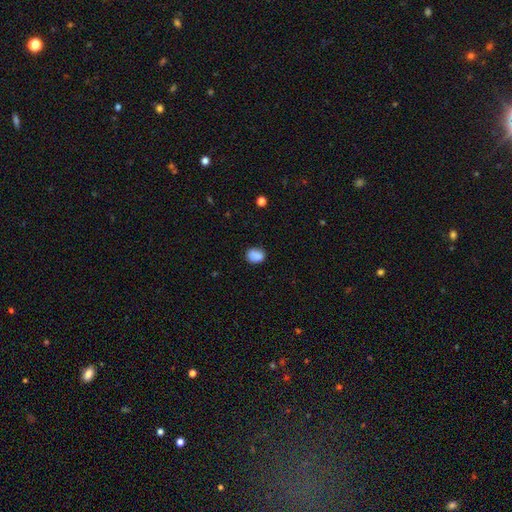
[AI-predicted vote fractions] The model was most divided on "how rounded": in between: 55%, round: 44%, cigar-shaped: 1%. More confident: smooth or featured — smooth (87%); merging — none (78%).